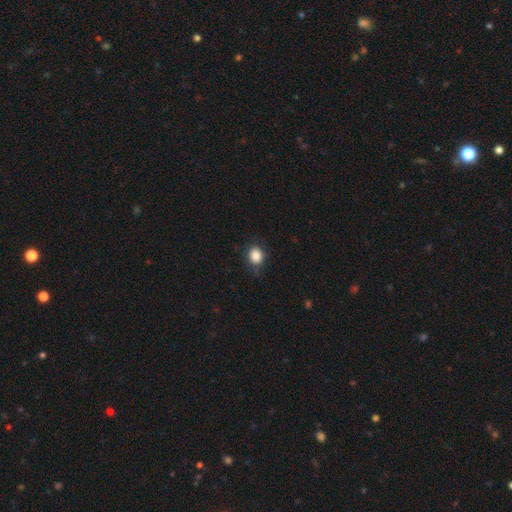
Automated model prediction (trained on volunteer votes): Q: Smooth or featured?
A: smooth (87%); runner-up: star or artifact (9%)
Q: How rounded?
A: round (58%); runner-up: in between (41%)
Q: Merging?
A: none (78%); runner-up: minor disturbance (17%)